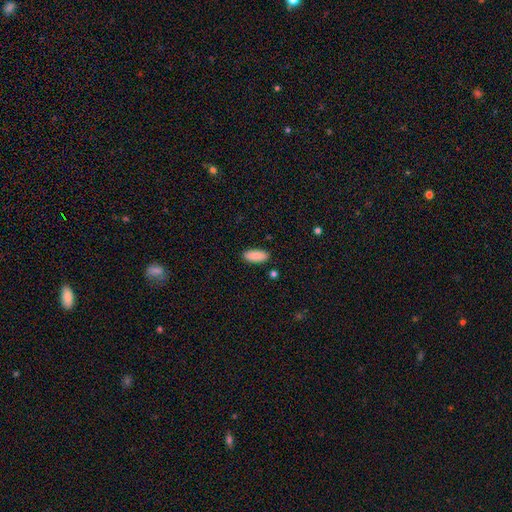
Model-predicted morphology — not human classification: Overall: smooth (87%). How rounded: in between (89%). Merging: none (87%).